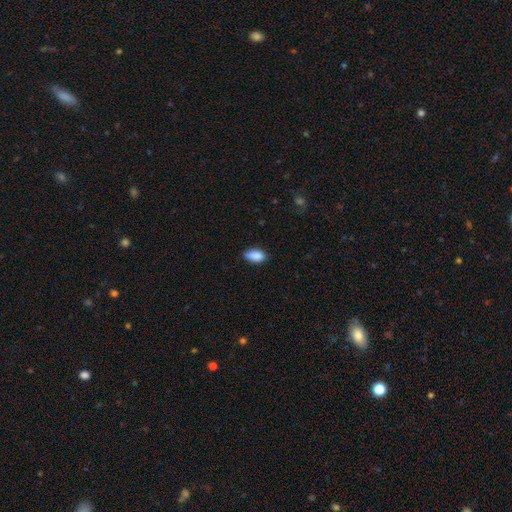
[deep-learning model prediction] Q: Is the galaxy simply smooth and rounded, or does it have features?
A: smooth — 87%.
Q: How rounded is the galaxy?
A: in between — 90%.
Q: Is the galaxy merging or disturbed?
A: none — 74%.